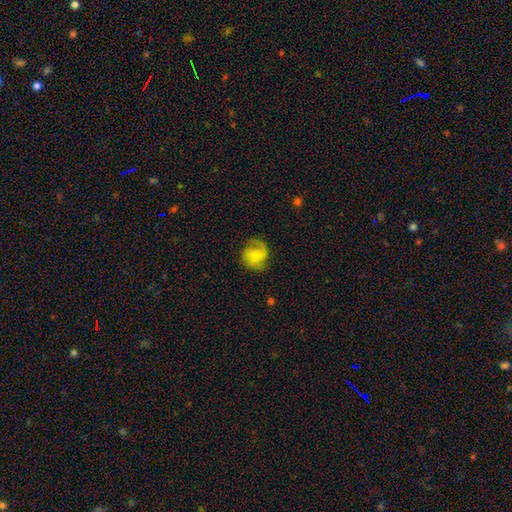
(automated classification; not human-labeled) This is possibly a featured or disk galaxy (49%). Merging: likely none (68%).